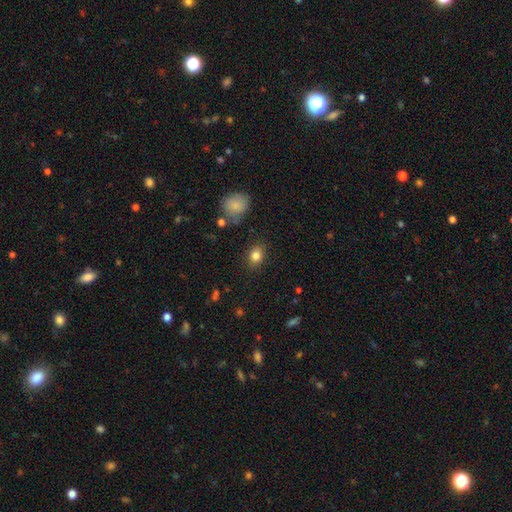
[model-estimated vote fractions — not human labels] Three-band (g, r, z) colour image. It shows a smooth galaxy with no disk features (83%) that is in between round and cigar-shaped (53%). Merging: none (83%).